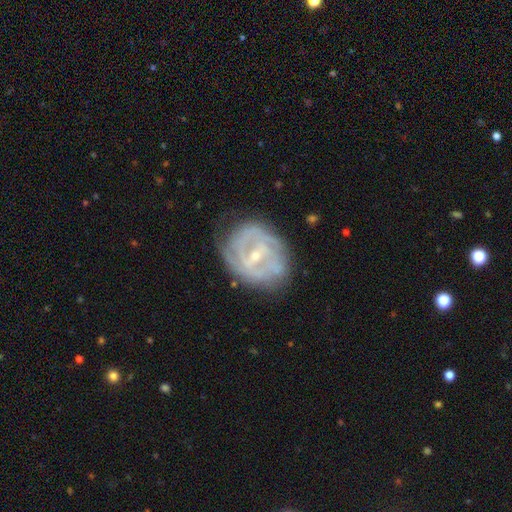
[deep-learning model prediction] This appears to be a featured or disk galaxy (80%) with a weak bar (49%), tight (56%) spiral arms (76%) and a small central bulge (65%). Merging: none (68%).